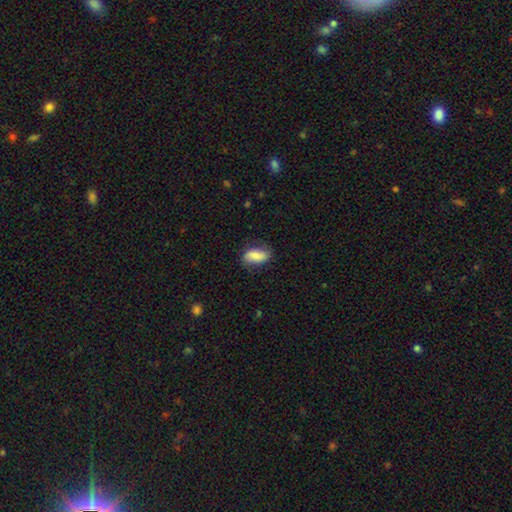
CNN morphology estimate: type=smooth (74%); roundness=in between (88%); merging=none (73%).